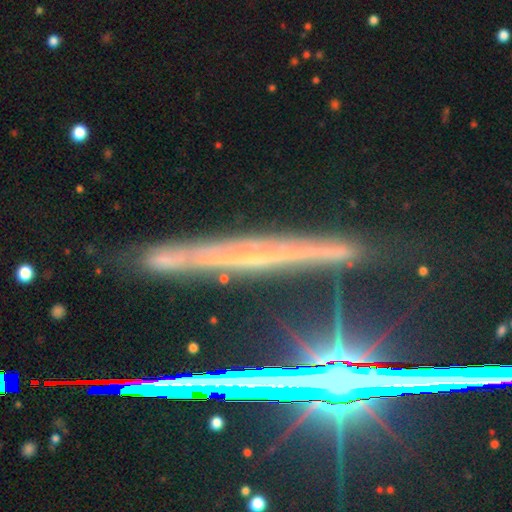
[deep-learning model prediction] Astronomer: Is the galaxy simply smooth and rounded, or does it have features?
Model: featured or disk — 49% (runner-up: star or artifact, 36%).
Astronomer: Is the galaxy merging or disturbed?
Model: none — 79%.